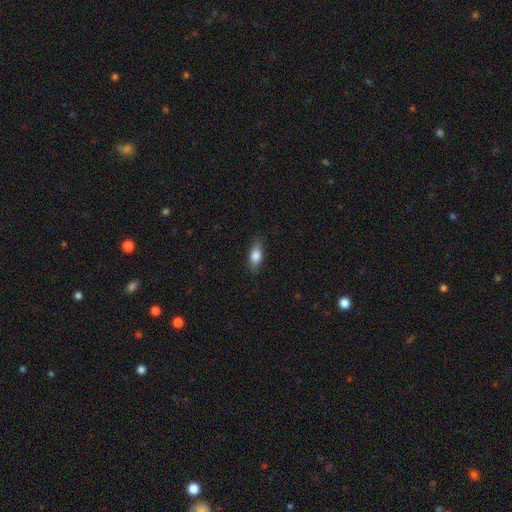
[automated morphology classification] The model was most divided on "how rounded": in between: 78%, cigar-shaped: 16%, round: 5%. More confident: merging — none (83%); smooth or featured — smooth (78%).